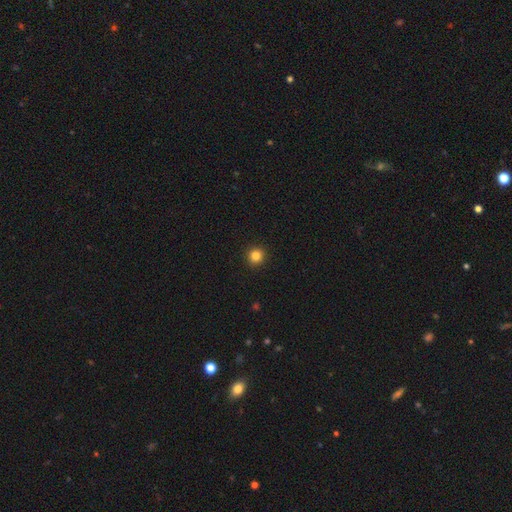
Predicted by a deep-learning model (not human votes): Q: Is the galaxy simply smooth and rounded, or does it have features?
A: smooth — 83%.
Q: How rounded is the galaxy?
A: round — 94%.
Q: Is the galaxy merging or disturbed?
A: none — 93%.